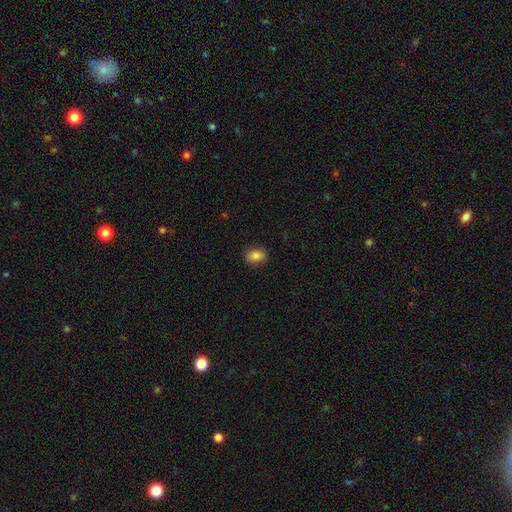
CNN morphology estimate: A smooth galaxy with no disk features (84%) that is in between round and cigar-shaped (78%).

Vote fractions:
- Smooth or featured? smooth: 84% / star or artifact: 9% / featured or disk: 7%
- How rounded? in between: 78% / round: 21% / cigar-shaped: 1%
- Merging? none: 87% / minor disturbance: 9% / major disturbance: 2% / merger: 1%